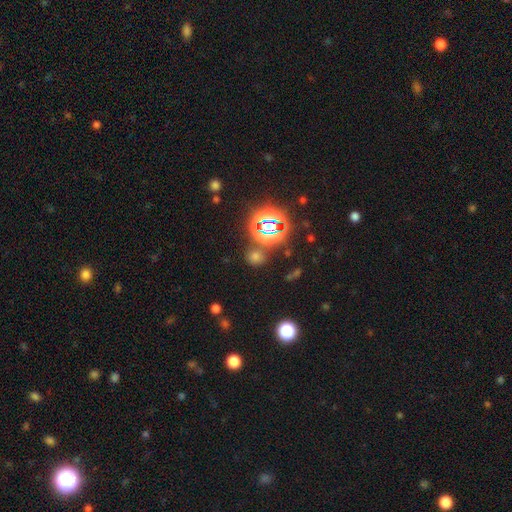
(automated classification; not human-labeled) Overall: star or artifact (47%; smooth 46%).